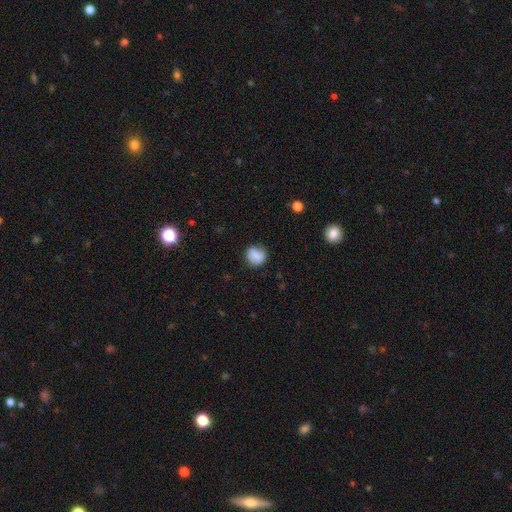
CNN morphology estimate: Smooth or featured? smooth (80%)
How rounded? round (75%)
Merging? none (74%)